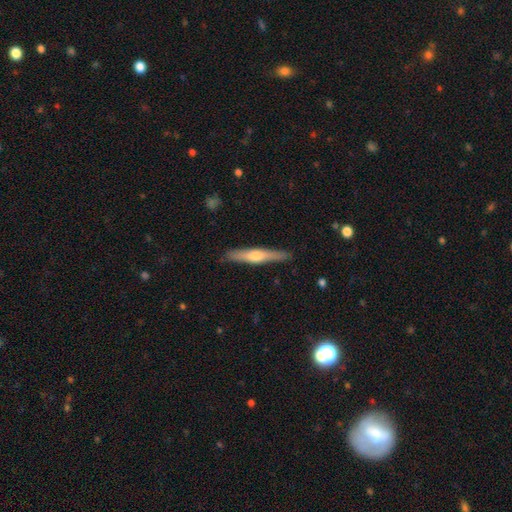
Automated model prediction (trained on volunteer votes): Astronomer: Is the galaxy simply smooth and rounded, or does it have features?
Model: featured or disk — 58% (runner-up: smooth, 37%).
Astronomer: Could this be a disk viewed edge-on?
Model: yes — 96%.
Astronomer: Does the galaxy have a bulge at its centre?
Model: rounded — 86%.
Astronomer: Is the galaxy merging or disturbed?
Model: none — 89%.